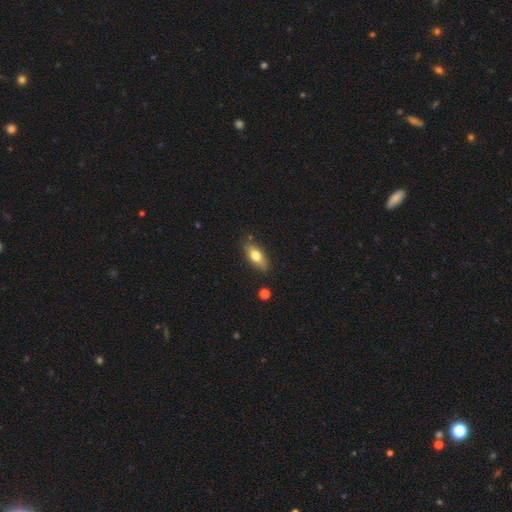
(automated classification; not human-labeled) The model was most divided on "smooth or featured": smooth: 72%, featured or disk: 21%, star or artifact: 7%. More confident: merging — none (80%); how rounded — in between (78%).